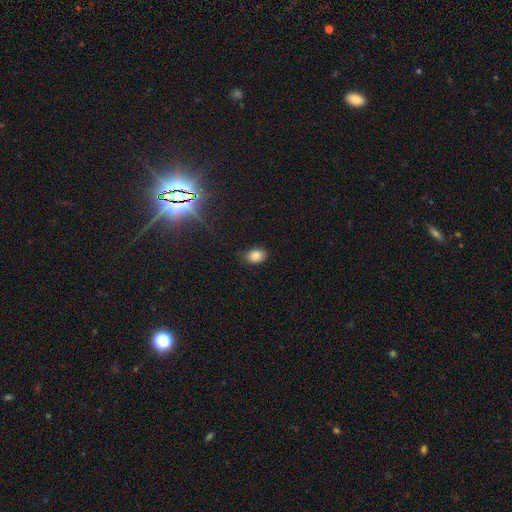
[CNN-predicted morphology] smooth-or-featured: smooth: 83% | star or artifact: 11% | featured or disk: 6%
  how-rounded: in between: 76% | round: 23% | cigar-shaped: 1%
  merging: none: 82% | minor disturbance: 14% | major disturbance: 3% | merger: 1%